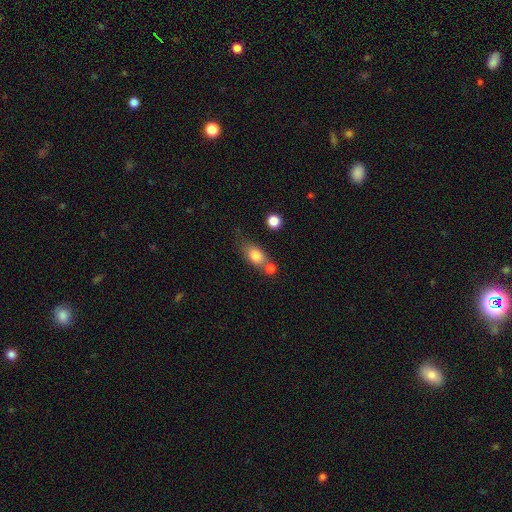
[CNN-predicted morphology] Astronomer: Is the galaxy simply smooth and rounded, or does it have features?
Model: smooth — 78%.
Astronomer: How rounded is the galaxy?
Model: in between — 69%.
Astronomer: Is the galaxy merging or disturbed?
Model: none — 43% (runner-up: merger, 33%).